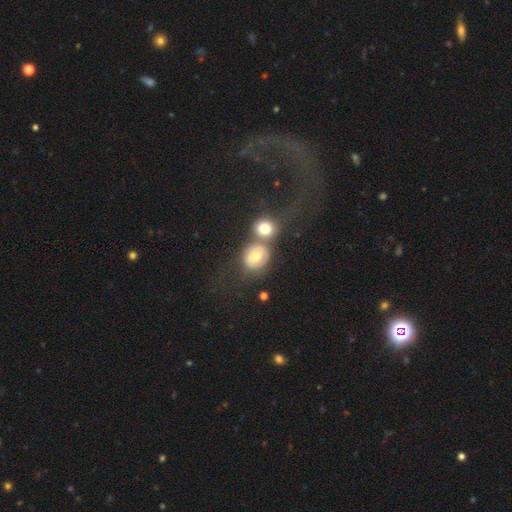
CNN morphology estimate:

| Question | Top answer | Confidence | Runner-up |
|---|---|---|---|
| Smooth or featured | smooth | 59% | featured or disk (30%) |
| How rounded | round | 67% | in between (32%) |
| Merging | merger | 50% | none (29%) |